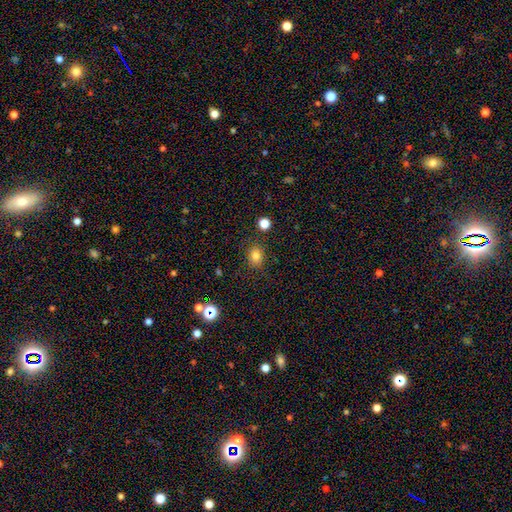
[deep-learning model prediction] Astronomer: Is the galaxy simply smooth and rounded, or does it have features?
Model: smooth — 81%.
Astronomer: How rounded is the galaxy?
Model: in between — 51% (runner-up: round, 48%).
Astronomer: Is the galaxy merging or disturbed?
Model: none — 81%.